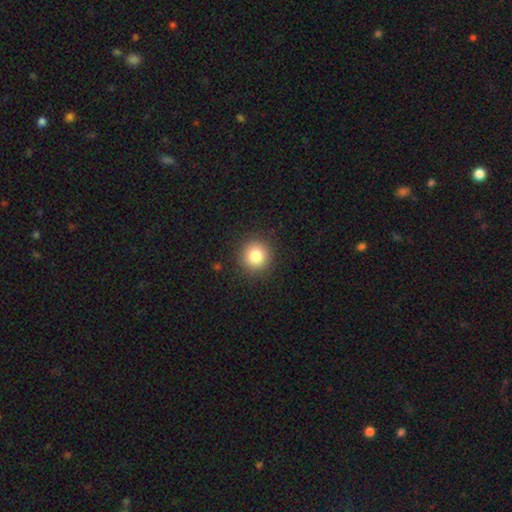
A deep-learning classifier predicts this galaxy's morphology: Overall: smooth (83%). How rounded: round (94%). Merging: none (91%).